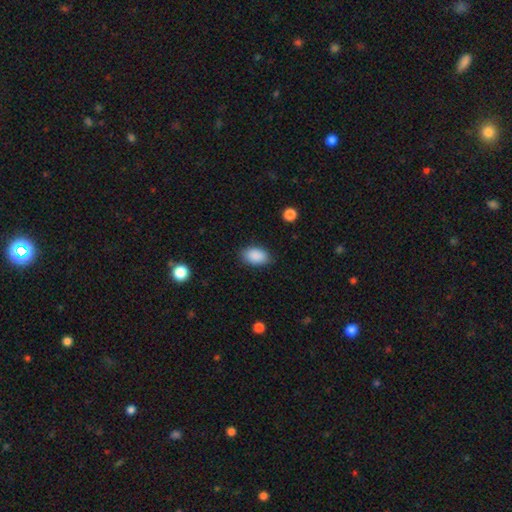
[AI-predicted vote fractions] Smooth or featured? smooth (90%)
How rounded? in between (91%)
Merging? none (86%)